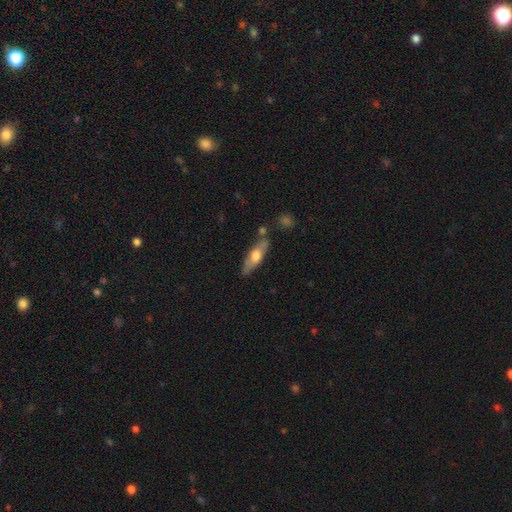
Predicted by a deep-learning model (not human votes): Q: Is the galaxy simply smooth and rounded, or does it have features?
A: smooth — 52%.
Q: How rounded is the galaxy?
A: cigar-shaped — 53%.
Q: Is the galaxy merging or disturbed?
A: none — 73%.